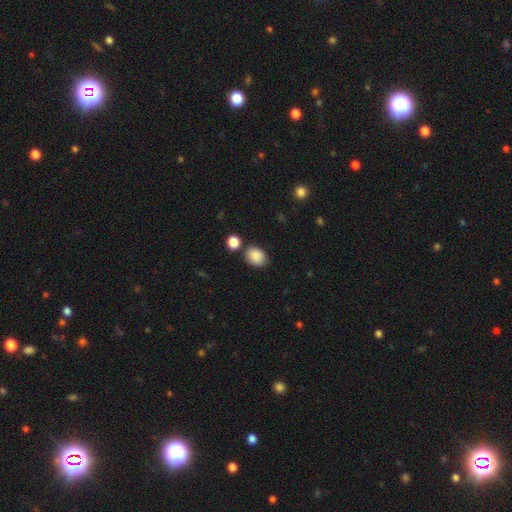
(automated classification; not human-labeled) Morphology: type=smooth (87%); roundness=in between (59%); merging=none (73%).